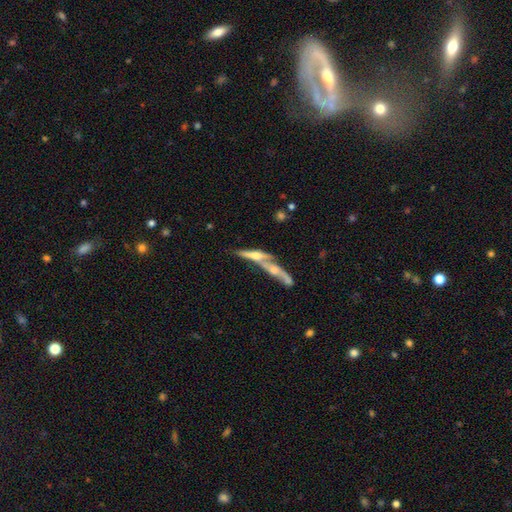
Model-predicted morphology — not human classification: type=featured or disk (60%); edge-on=yes (79%); merging=merger (59%).